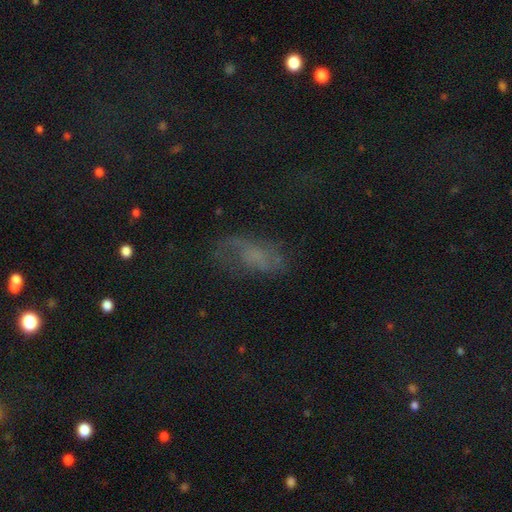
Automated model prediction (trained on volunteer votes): Smooth or featured: featured or disk — 37% (smooth — 35%)
Merging: none — 58% (minor disturbance — 22%)